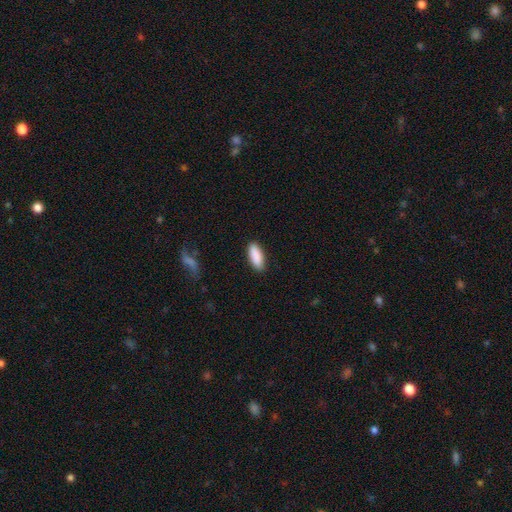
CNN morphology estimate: smooth 90%, star or artifact 6%, featured or disk 4%. Down the decision tree: how rounded — in between (80%); merging — none (88%).